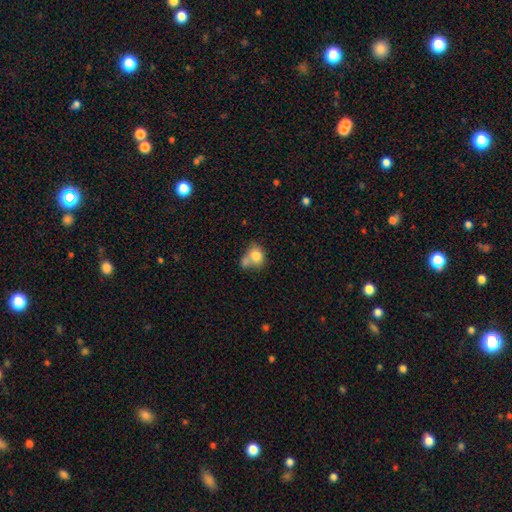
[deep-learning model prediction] The model was most divided on "merging": merger: 44%, none: 33%, minor disturbance: 16%, major disturbance: 8%. More confident: smooth or featured — smooth (77%); how rounded — round (58%).